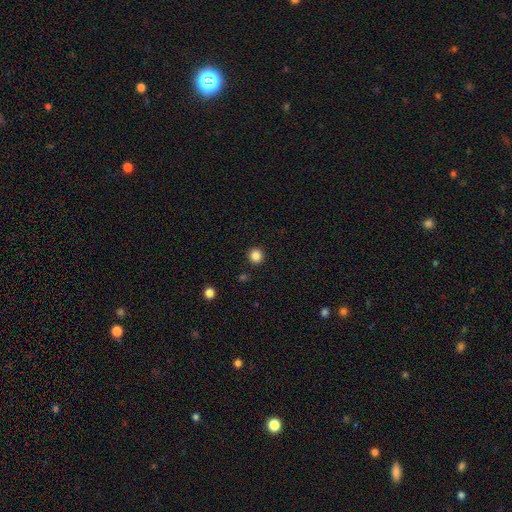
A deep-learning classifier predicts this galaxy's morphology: Overall: smooth (85%). How rounded: round (94%). Merging: none (92%).